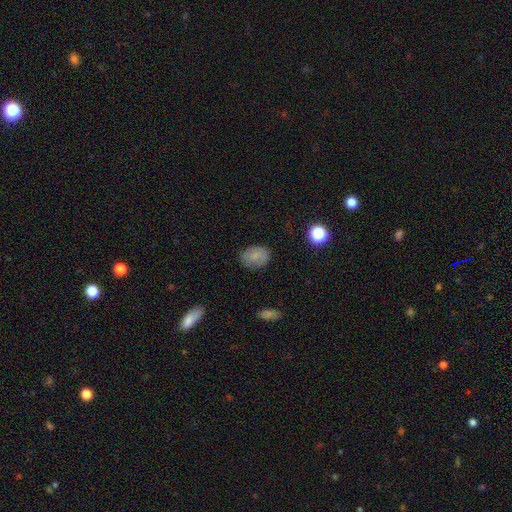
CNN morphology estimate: A smooth galaxy with no disk features (80%) that is in between round and cigar-shaped (69%). Merging: none (80%).